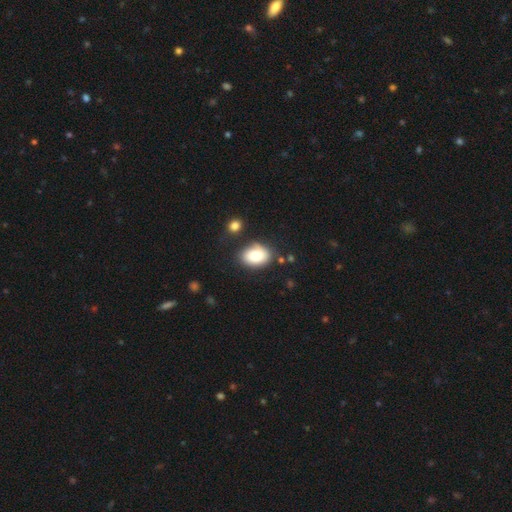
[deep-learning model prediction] smooth 81%, featured or disk 11%, star or artifact 8%. Down the decision tree: how rounded — in between (78%); merging — none (73%).